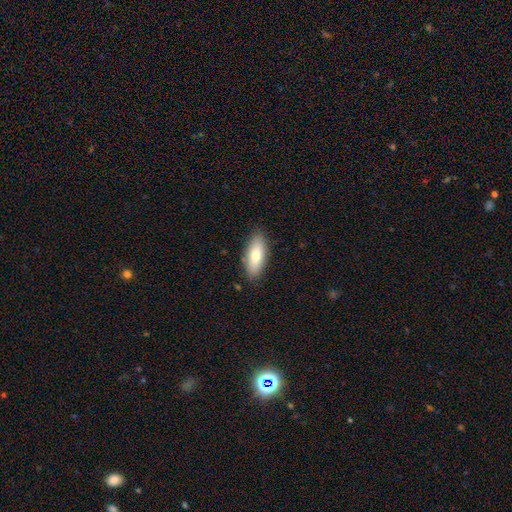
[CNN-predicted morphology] A smooth galaxy with no disk features (75%) that is in between round and cigar-shaped (76%). Merging: none (86%).